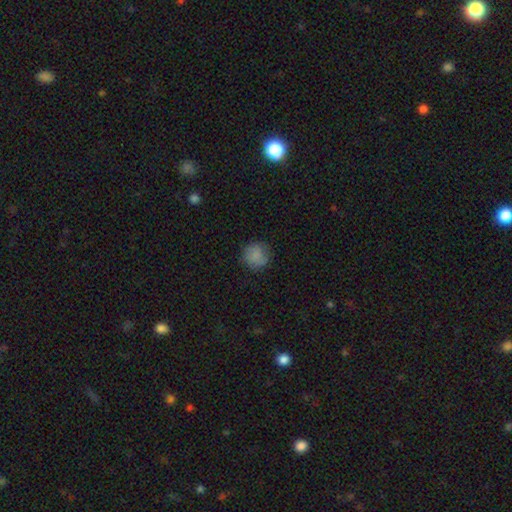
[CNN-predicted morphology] smooth_or_featured: smooth (p=0.84) [alt: star or artifact p=0.09]
how_rounded: round (p=0.91) [alt: in between p=0.08]
merging: none (p=0.81) [alt: minor disturbance p=0.14]